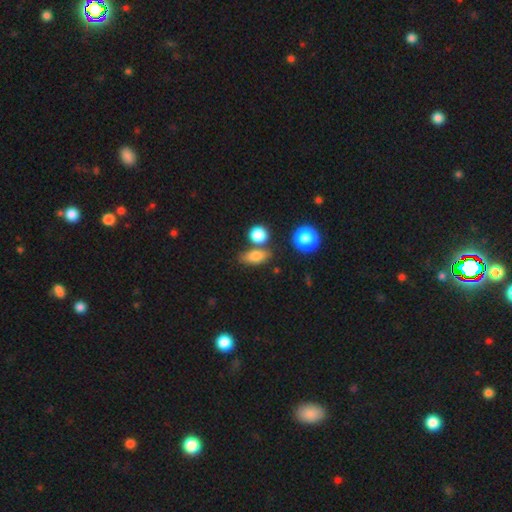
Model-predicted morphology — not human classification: Smooth or featured: smooth — 78% (featured or disk — 11%)
How rounded: in between — 67% (round — 19%)
Merging: none — 67% (merger — 16%)